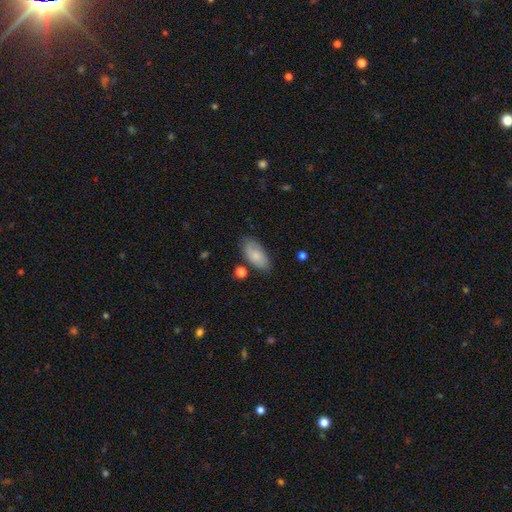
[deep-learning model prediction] Smooth or featured? smooth (82%)
How rounded? in between (92%)
Merging? none (76%)